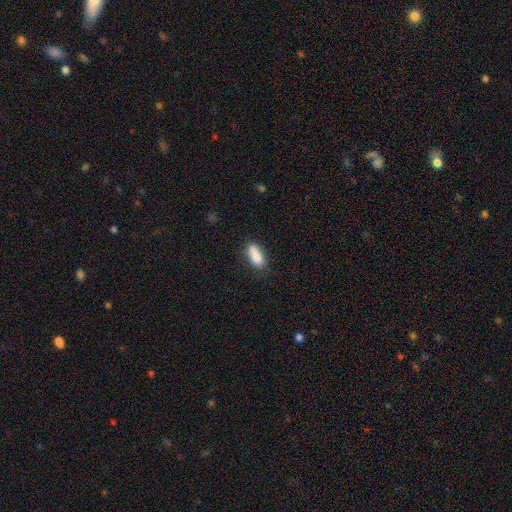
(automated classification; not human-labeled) Smooth or featured? smooth (86%)
How rounded? in between (72%)
Merging? none (72%)